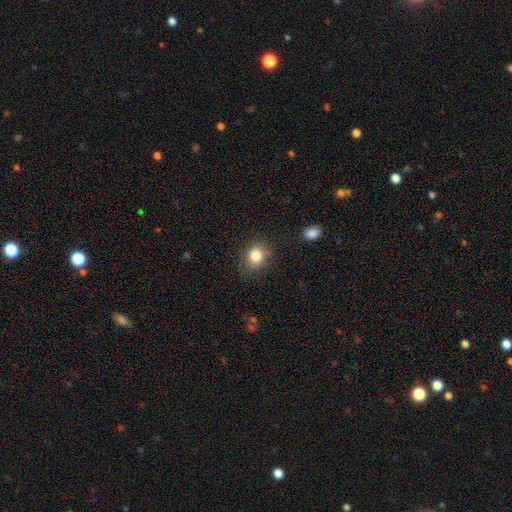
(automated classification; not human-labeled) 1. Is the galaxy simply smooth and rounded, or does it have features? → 83% smooth, 11% star or artifact, 7% featured or disk.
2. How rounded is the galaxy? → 61% round, 38% in between, 1% cigar-shaped.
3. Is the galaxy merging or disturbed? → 81% none, 14% minor disturbance, 4% major disturbance, 2% merger.